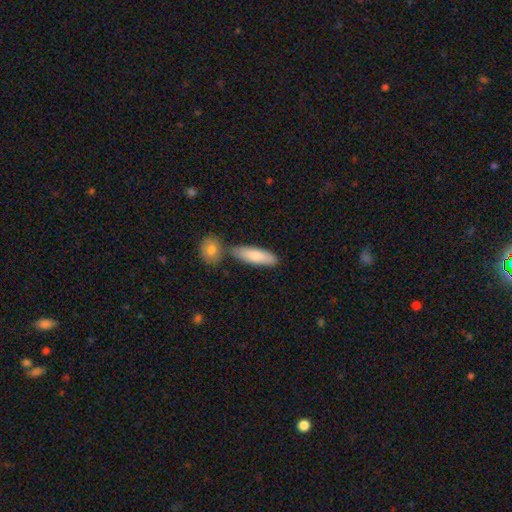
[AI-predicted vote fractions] Morphology: type=smooth (82%); roundness=in between (50%); merging=none (67%).